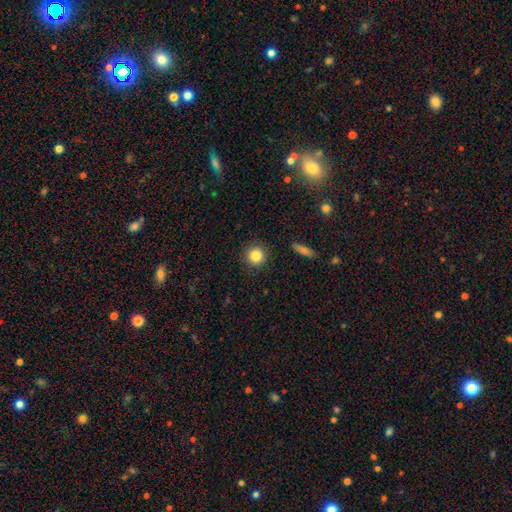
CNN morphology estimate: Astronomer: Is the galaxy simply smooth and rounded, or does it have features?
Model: smooth — 84%.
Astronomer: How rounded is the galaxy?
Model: round — 93%.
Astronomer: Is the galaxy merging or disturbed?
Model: none — 89%.